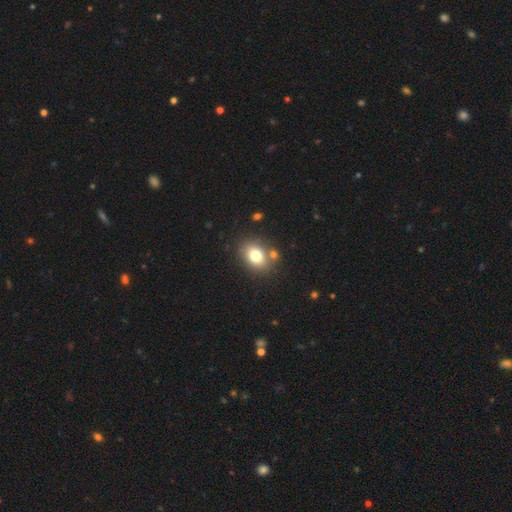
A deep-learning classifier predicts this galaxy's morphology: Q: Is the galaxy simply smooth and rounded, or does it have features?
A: smooth — 76%.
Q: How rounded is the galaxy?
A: in between — 64%.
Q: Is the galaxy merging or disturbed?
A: none — 75%.